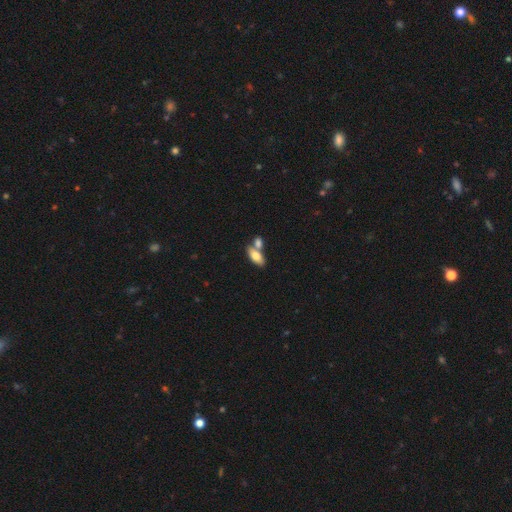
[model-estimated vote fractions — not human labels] smooth_or_featured: smooth (p=0.74) [alt: featured or disk p=0.19]
how_rounded: in between (p=0.87) [alt: cigar-shaped p=0.09]
merging: merger (p=0.44) [alt: none p=0.43]